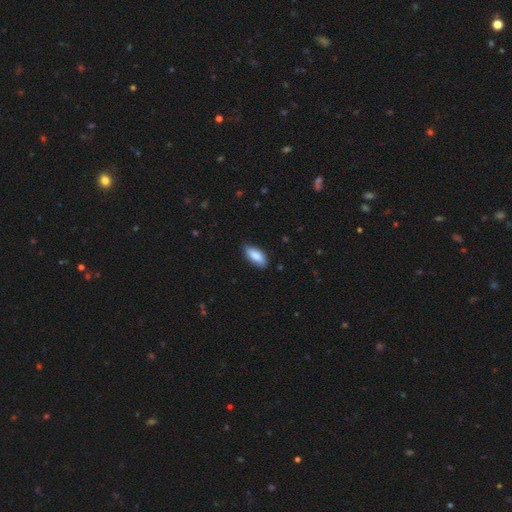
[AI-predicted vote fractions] Q: Smooth or featured?
A: smooth (85%); runner-up: featured or disk (9%)
Q: How rounded?
A: in between (85%); runner-up: cigar-shaped (13%)
Q: Merging?
A: none (81%); runner-up: minor disturbance (15%)